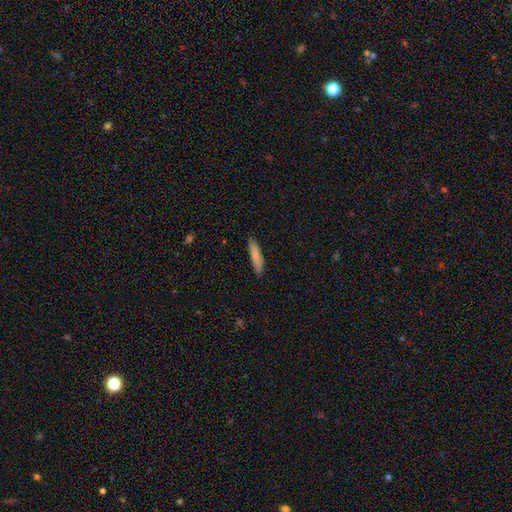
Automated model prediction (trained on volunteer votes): smooth_or_featured: smooth (p=0.81) [alt: featured or disk p=0.13]
how_rounded: cigar-shaped (p=0.85) [alt: in between p=0.14]
merging: none (p=0.86) [alt: minor disturbance p=0.11]